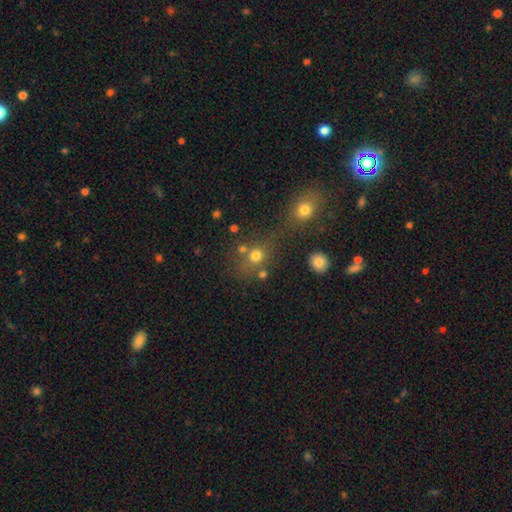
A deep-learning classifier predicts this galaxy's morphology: smooth_or_featured: smooth (p=0.71) [alt: star or artifact p=0.18]
how_rounded: round (p=0.80) [alt: in between p=0.18]
merging: none (p=0.53) [alt: merger p=0.30]